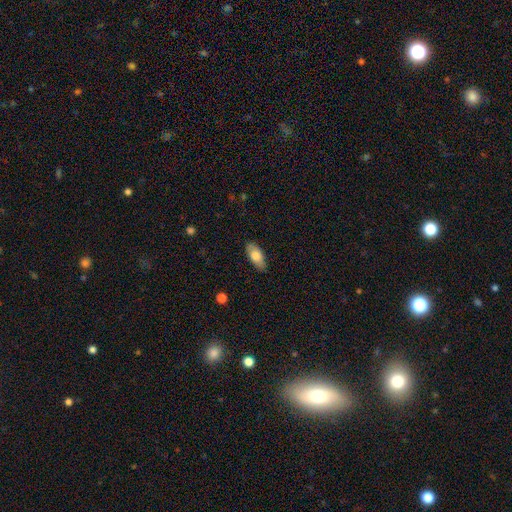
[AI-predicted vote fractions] A smooth galaxy with no disk features (74%) that is in between round and cigar-shaped (88%).

Vote fractions:
- Smooth or featured? smooth: 74% / featured or disk: 20% / star or artifact: 6%
- How rounded? in between: 88% / cigar-shaped: 9% / round: 3%
- Merging? none: 83% / minor disturbance: 13% / major disturbance: 2% / merger: 1%